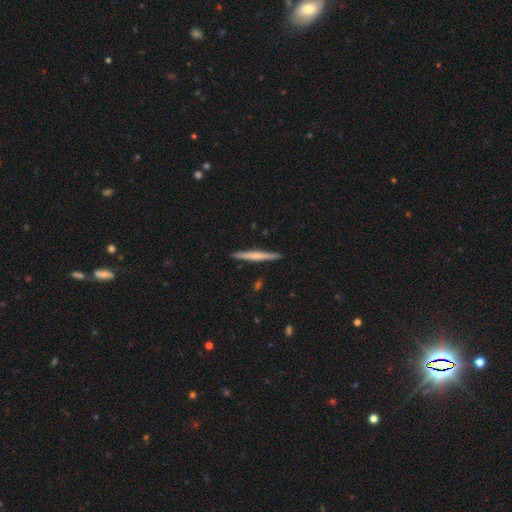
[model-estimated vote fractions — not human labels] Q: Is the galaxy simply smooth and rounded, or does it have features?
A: featured or disk — 51%.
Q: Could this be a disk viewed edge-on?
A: yes — 98%.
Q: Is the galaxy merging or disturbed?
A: none — 92%.